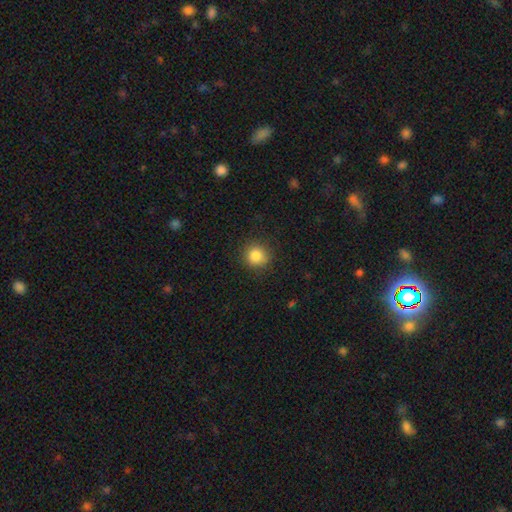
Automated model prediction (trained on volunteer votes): A smooth galaxy with no disk features (85%) that is round (91%).

Vote fractions:
- Smooth or featured? smooth: 85% / star or artifact: 10% / featured or disk: 5%
- How rounded? round: 91% / in between: 8% / cigar-shaped: 1%
- Merging? none: 87% / minor disturbance: 9% / major disturbance: 2% / merger: 1%